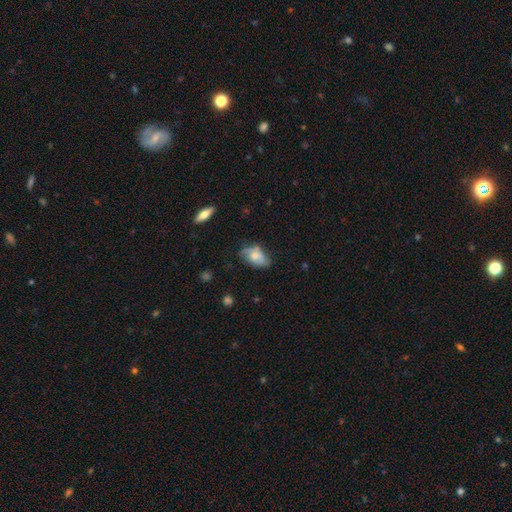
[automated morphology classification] Smooth or featured? smooth (56%)
How rounded? in between (89%)
Merging? none (49%)